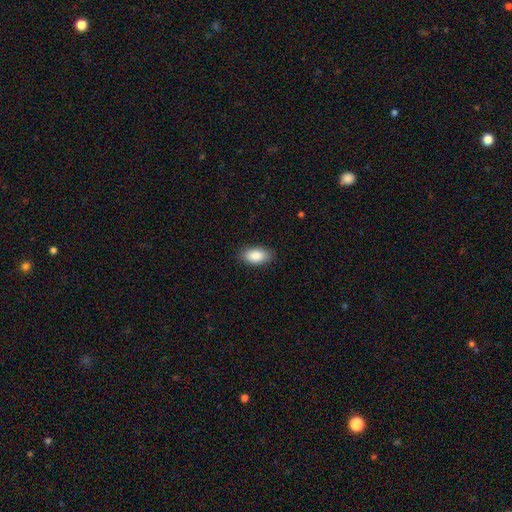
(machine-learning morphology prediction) This appears to be a smooth galaxy with no disk features (89%) that is in between round and cigar-shaped (94%). Merging: none (87%).